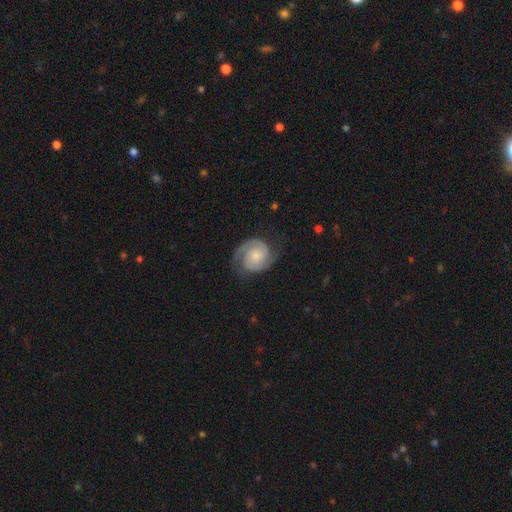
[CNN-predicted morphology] Smooth or featured: featured or disk — 85% (smooth — 10%)
Edge-on disk: no — 98% (yes — 2%)
Bar: no — 72% (weak — 24%)
Spiral arms: yes — 97% (no — 3%)
Spiral winding: tight — 50% (medium — 39%)
Spiral arm count: 2 — 90% (can't tell — 3%)
Bulge size: small — 49% (moderate — 36%)
Merging: none — 75% (minor disturbance — 17%)